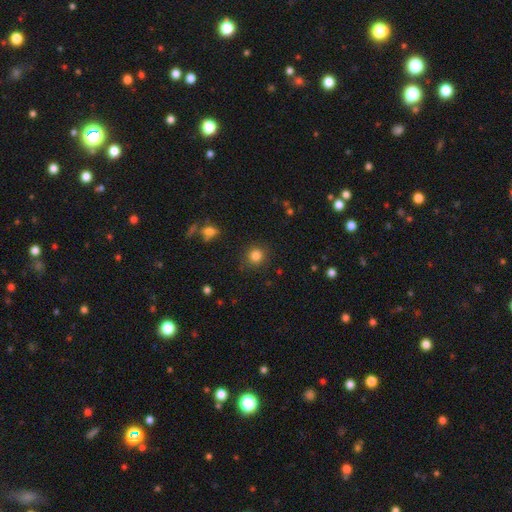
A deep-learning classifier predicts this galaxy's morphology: This appears to be a smooth galaxy with no disk features (83%) that is round (91%). Merging: none (87%).